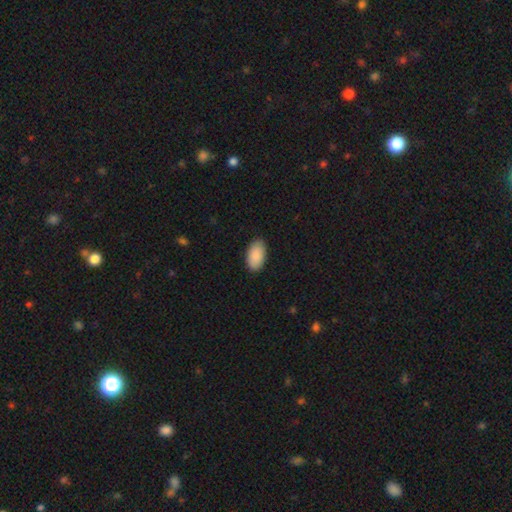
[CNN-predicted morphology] The model was most divided on "merging": none: 88%, minor disturbance: 9%, major disturbance: 2%, merger: 1%. More confident: how rounded — in between (96%); smooth or featured — smooth (90%).